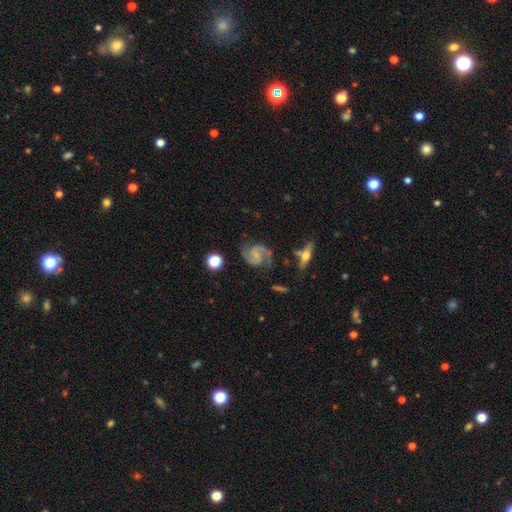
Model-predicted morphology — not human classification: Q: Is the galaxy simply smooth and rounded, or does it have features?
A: featured or disk — 88%.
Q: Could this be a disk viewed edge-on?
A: no — 98%.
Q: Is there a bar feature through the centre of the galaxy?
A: no — 48%.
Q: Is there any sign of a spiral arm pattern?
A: yes — 97%.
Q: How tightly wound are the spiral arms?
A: medium — 57%.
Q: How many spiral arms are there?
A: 2 — 93%.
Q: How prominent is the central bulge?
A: small — 42%.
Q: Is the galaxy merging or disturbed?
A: none — 73%.